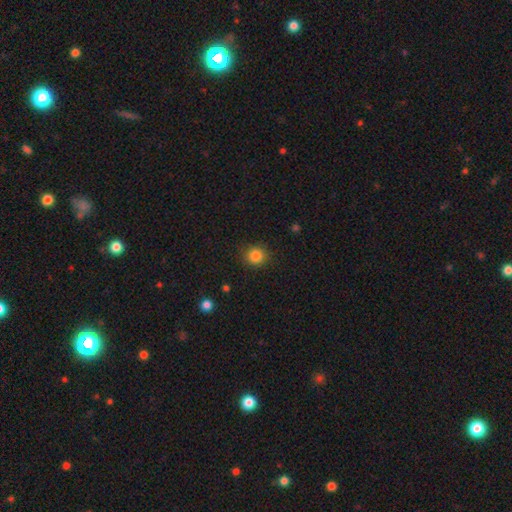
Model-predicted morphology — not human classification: A smooth galaxy with no disk features (84%) that is round (89%). Merging: none (88%).